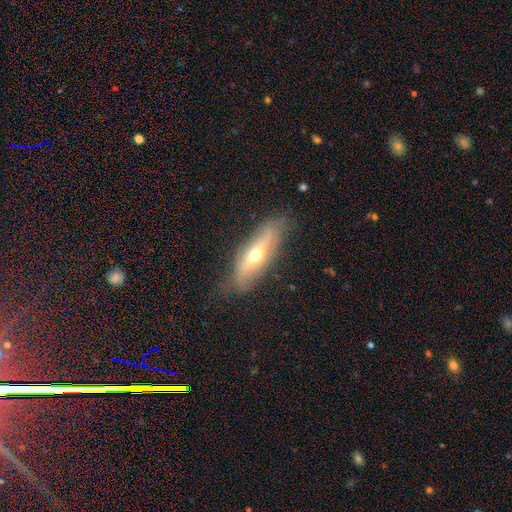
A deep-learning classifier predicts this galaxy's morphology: smooth-or-featured: featured or disk: 53% | smooth: 40% | star or artifact: 7%
  disk-edge-on: yes: 59% | no: 41%
  merging: none: 73% | minor disturbance: 19% | major disturbance: 6% | merger: 1%